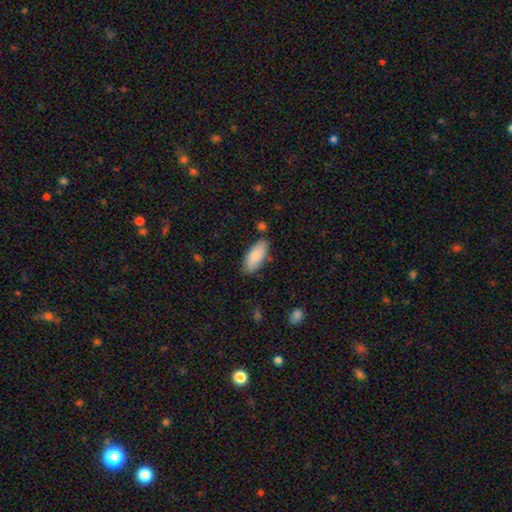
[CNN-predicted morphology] Smooth or featured?
  - smooth: 84% *
  - featured or disk: 10%
  - star or artifact: 6%
How rounded?
  - in between: 84% *
  - cigar-shaped: 14%
  - round: 2%
Merging?
  - none: 79% *
  - minor disturbance: 15%
  - merger: 3%
  - major disturbance: 3%